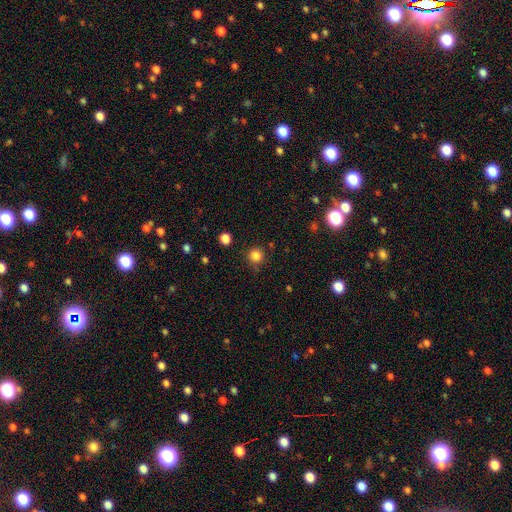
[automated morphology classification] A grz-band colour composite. It shows a smooth galaxy with no disk features (83%) that is round (94%). Merging: none (84%).